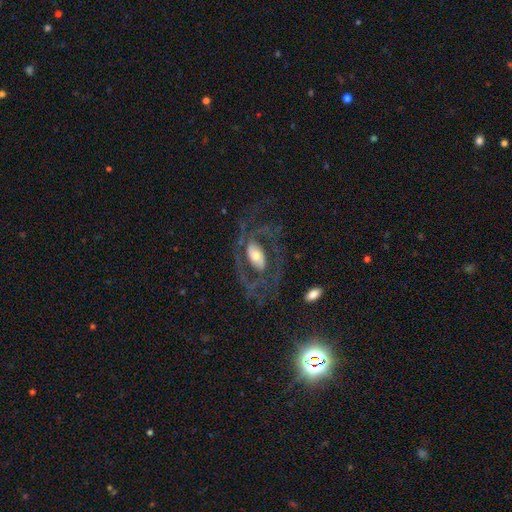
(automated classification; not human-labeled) Overall: featured or disk (80%). Edge-on disk: no (95%). Bar: no (38%; weak 34%). Spiral arms: yes (85%). Spiral arm count: 2 (64%). Spiral winding: medium (50%; tight 27%). Bulge size: moderate (50%; small 28%). Merging: none (55%; major disturbance 27%).